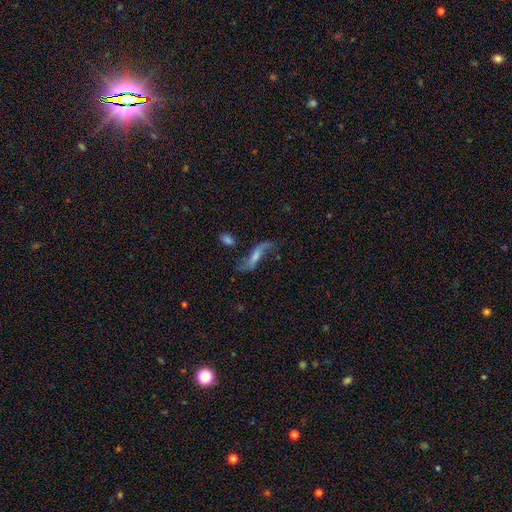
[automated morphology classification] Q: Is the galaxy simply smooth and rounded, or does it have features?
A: featured or disk — 72%.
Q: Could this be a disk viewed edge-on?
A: no — 79%.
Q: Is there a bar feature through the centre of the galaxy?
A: weak — 38%.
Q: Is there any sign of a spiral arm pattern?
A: yes — 89%.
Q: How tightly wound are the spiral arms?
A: loose — 88%.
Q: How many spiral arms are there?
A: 2 — 88%.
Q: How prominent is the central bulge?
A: small — 37%.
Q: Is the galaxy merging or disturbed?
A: none — 58%.